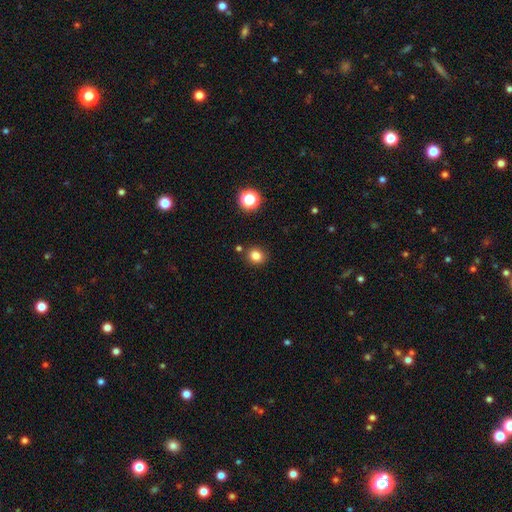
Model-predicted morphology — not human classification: Smooth or featured?
  - smooth: 81% *
  - star or artifact: 13%
  - featured or disk: 5%
How rounded?
  - round: 76% *
  - in between: 23%
  - cigar-shaped: 1%
Merging?
  - none: 85% *
  - minor disturbance: 9%
  - merger: 4%
  - major disturbance: 2%